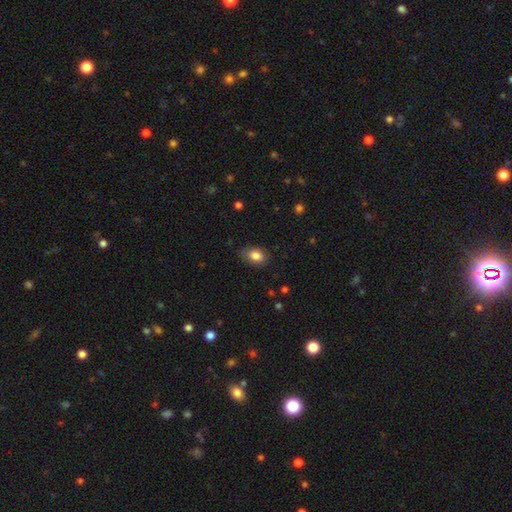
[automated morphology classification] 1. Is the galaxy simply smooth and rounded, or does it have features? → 84% smooth, 8% star or artifact, 8% featured or disk.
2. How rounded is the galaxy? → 82% in between, 16% round, 1% cigar-shaped.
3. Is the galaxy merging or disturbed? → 78% none, 18% minor disturbance, 3% major disturbance, 1% merger.